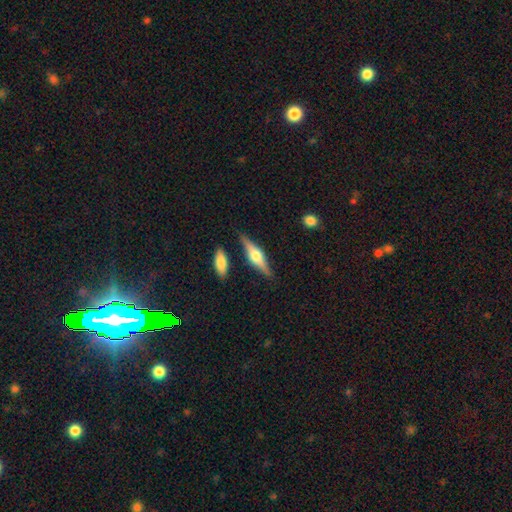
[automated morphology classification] The model was most divided on "smooth or featured": featured or disk: 68%, smooth: 26%, star or artifact: 6%. More confident: edge-on disk — yes (97%); edge-on bulge — rounded (91%); merging — none (82%).